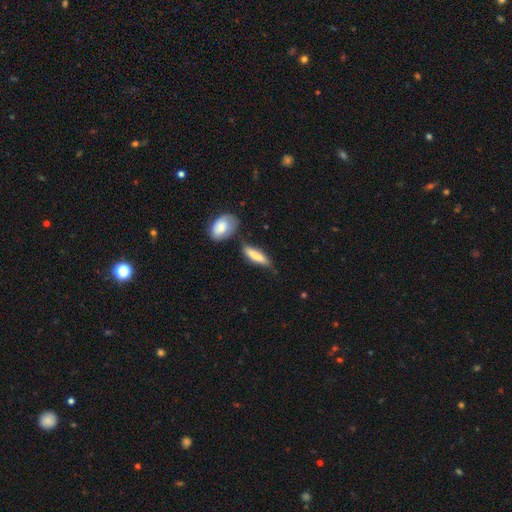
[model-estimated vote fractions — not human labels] This is likely a smooth galaxy (76%). How rounded: likely cigar-shaped (66%). Merging: possibly none (58%).